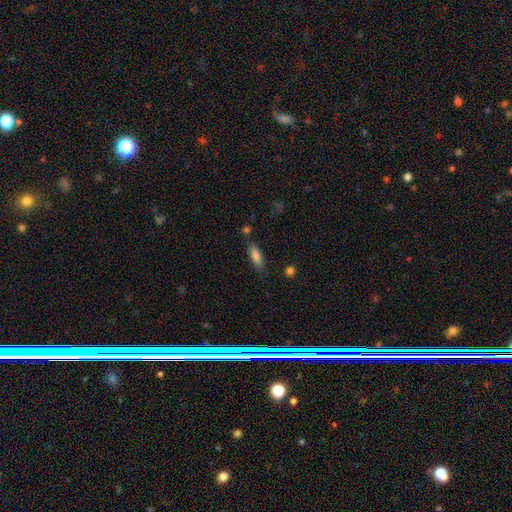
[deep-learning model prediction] Smooth or featured? Predicted: smooth (p=0.83). How rounded? Predicted: in between (p=0.59). Merging? Predicted: none (p=0.76).